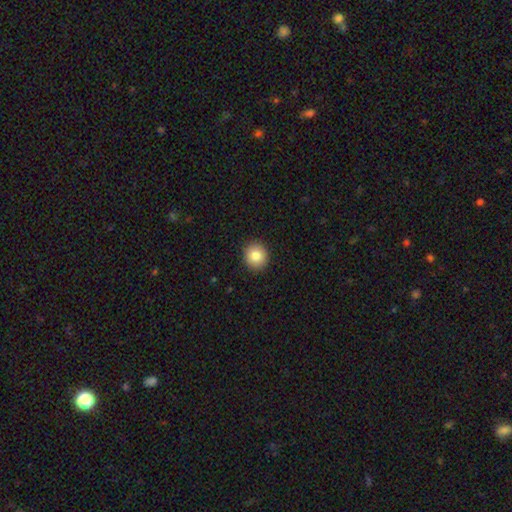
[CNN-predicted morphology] Overall: smooth (84%). How rounded: round (85%). Merging: none (92%).